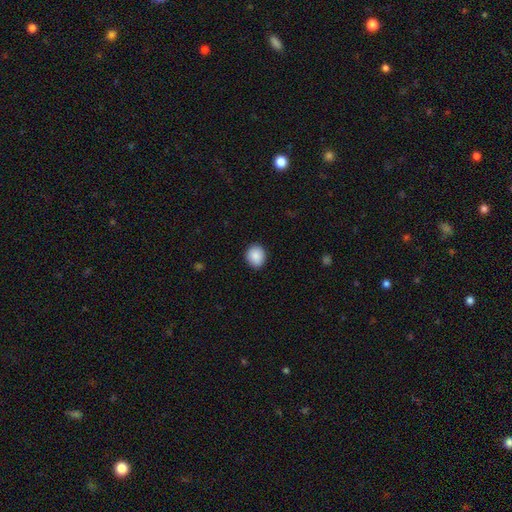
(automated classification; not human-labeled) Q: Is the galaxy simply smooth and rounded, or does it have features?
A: smooth — 89%.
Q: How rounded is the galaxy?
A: round — 74%.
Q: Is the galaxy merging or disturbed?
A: none — 90%.